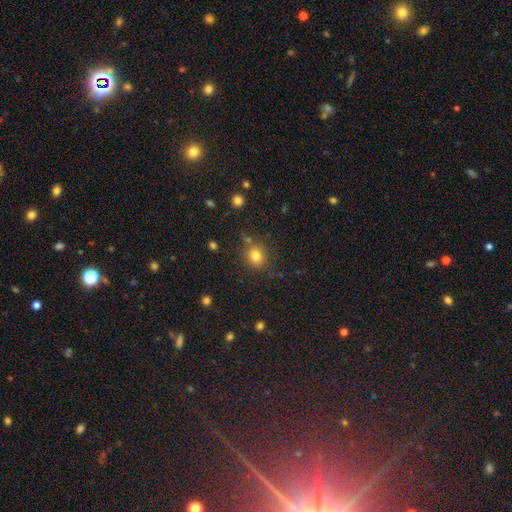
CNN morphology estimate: smooth 79%, star or artifact 14%, featured or disk 7%. Down the decision tree: how rounded — round (68%); merging — none (76%).